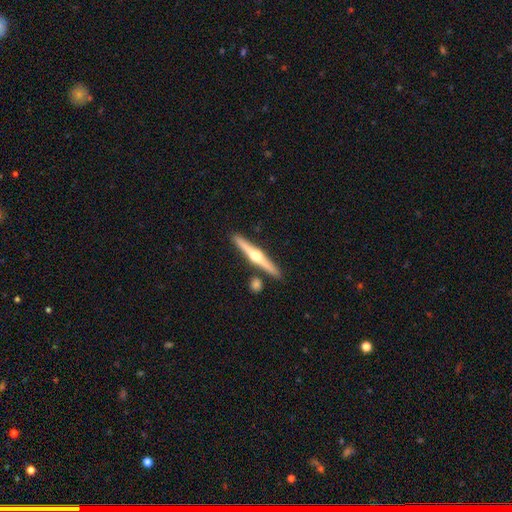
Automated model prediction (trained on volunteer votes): Overall: featured or disk (77%). Edge-on disk: yes (98%). Edge-on bulge: rounded (95%). Merging: none (87%).